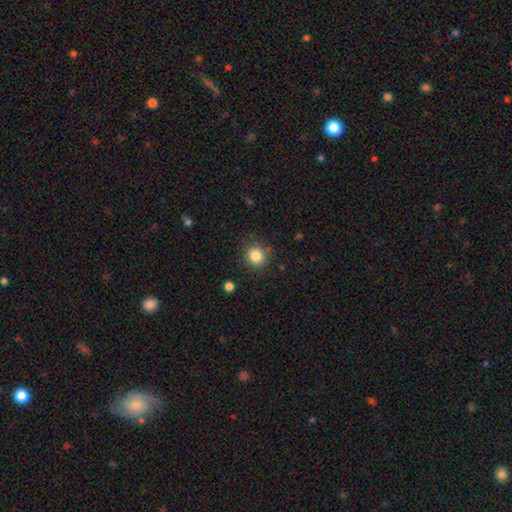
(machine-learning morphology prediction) A smooth galaxy with no disk features (84%) that is round (86%). Merging: none (85%).